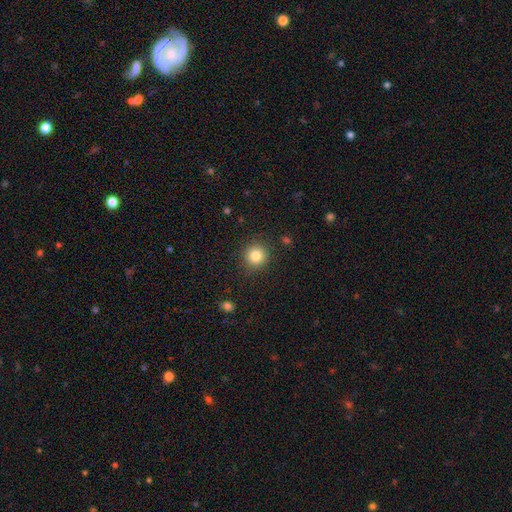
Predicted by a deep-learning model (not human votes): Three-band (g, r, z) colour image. It shows a smooth galaxy with no disk features (83%) that is round (92%). Merging: none (88%).